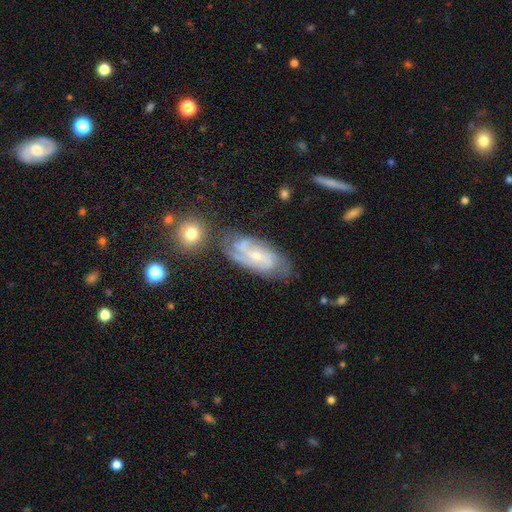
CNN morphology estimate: Smooth or featured?
  - featured or disk: 77% *
  - smooth: 16%
  - star or artifact: 7%
Edge-on disk?
  - no: 93% *
  - yes: 7%
Bar?
  - no: 58% *
  - weak: 34%
  - strong: 8%
Spiral arms?
  - yes: 93% *
  - no: 7%
Spiral winding?
  - tight: 50% *
  - medium: 38%
  - loose: 12%
Spiral arm count?
  - can't tell: 32% *
  - 2: 27%
  - 3: 24%
  - 4: 9%
  - 1: 4%
  - more than 4: 4%
Bulge size?
  - small: 70% *
  - moderate: 25%
  - none: 3%
  - large: 1%
  - dominant: 1%
Merging?
  - none: 66% *
  - minor disturbance: 21%
  - major disturbance: 7%
  - merger: 6%